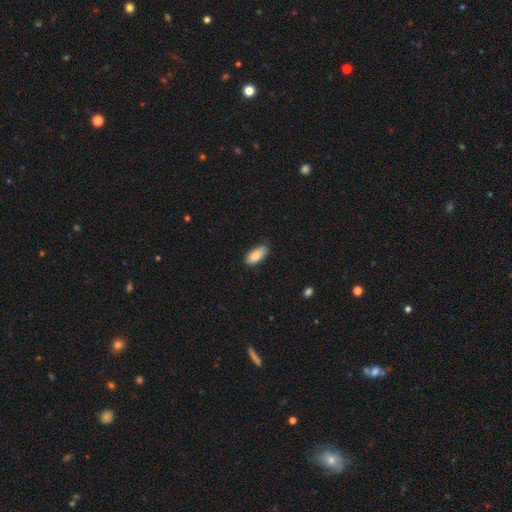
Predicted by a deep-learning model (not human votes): Morphology: type=smooth (86%); roundness=in between (88%); merging=none (78%).